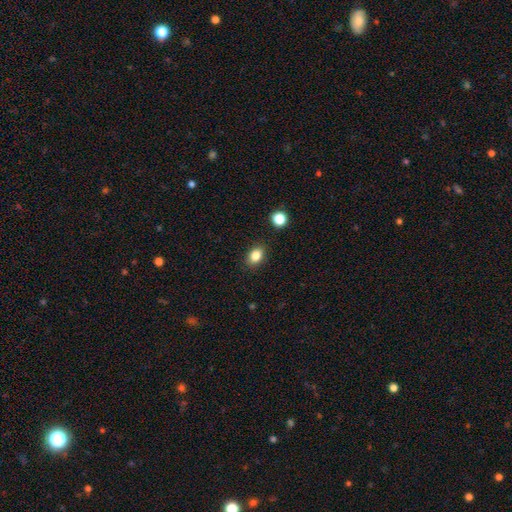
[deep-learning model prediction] Smooth or featured? smooth (83%)
How rounded? in between (72%)
Merging? none (87%)